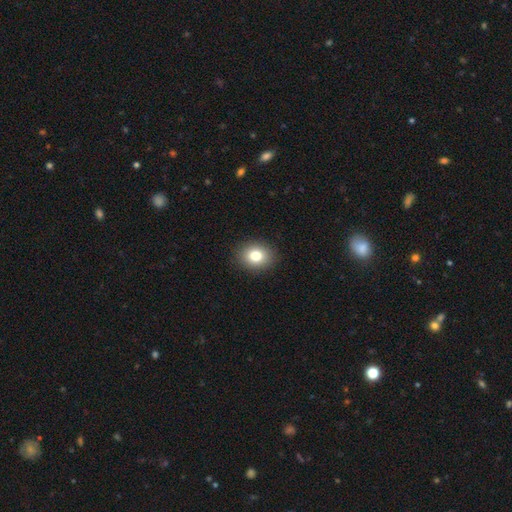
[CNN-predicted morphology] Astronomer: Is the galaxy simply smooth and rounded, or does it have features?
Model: smooth — 81%.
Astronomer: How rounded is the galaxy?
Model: round — 59% (runner-up: in between, 40%).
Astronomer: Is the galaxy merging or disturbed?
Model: none — 91%.